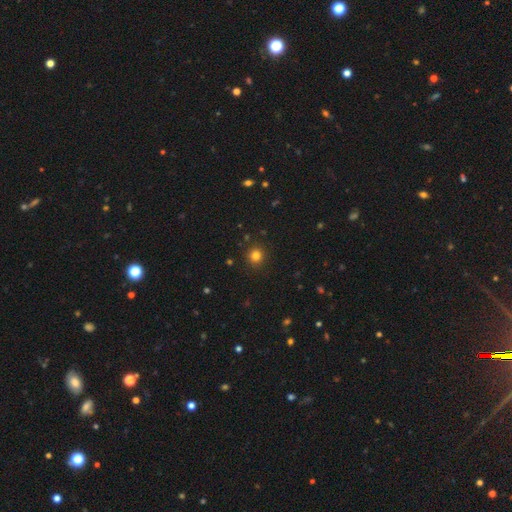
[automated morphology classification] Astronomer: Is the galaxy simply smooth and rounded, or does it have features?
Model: smooth — 81%.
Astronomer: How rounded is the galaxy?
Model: round — 92%.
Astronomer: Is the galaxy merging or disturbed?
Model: none — 91%.